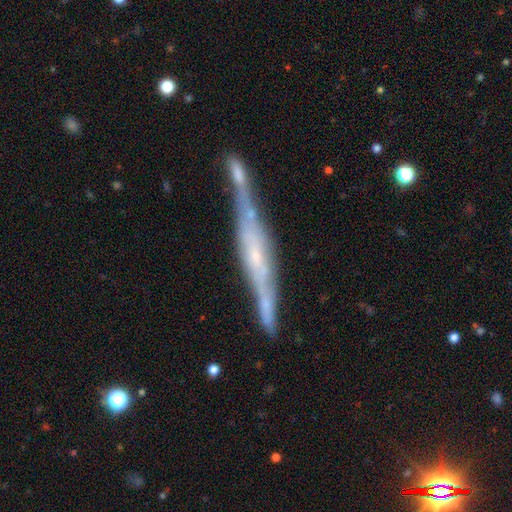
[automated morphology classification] smooth_or_featured: featured or disk (p=0.77) [alt: smooth p=0.15]
disk_edge_on: yes (p=0.93) [alt: no p=0.07]
edge_on_bulge: none (p=0.40) [alt: rounded p=0.37]
merging: none (p=0.65) [alt: minor disturbance p=0.16]